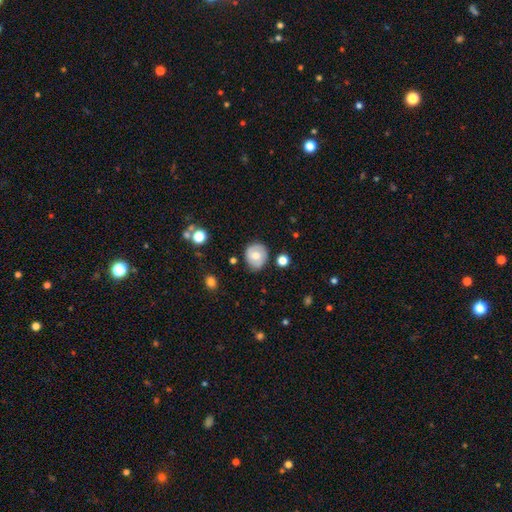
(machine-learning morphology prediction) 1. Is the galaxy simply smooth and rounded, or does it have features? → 56% smooth, 36% featured or disk, 8% star or artifact.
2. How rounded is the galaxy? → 70% round, 29% in between, 1% cigar-shaped.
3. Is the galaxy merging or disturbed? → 76% none, 17% minor disturbance, 4% major disturbance, 3% merger.